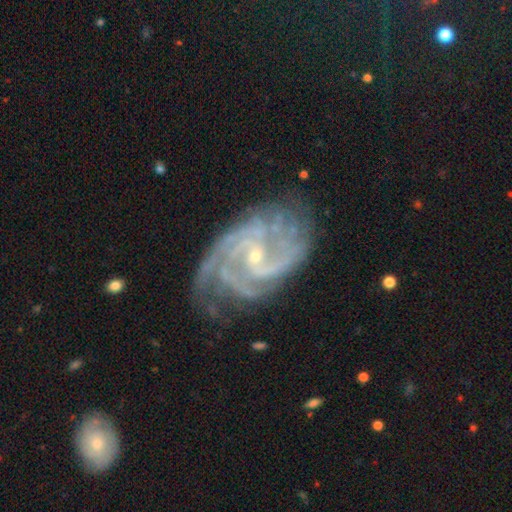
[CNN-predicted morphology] This is clearly a featured or disk galaxy (91%). It is clearly not viewed edge-on (97%). Bar: possibly no (46%). Spiral arm pattern: clearly yes (98%). Spiral arm count: marginally 2 (24%, tied with 3). Spiral winding: possibly tight (48%). Central bulge: clearly small (81%). Merging: likely none (65%).